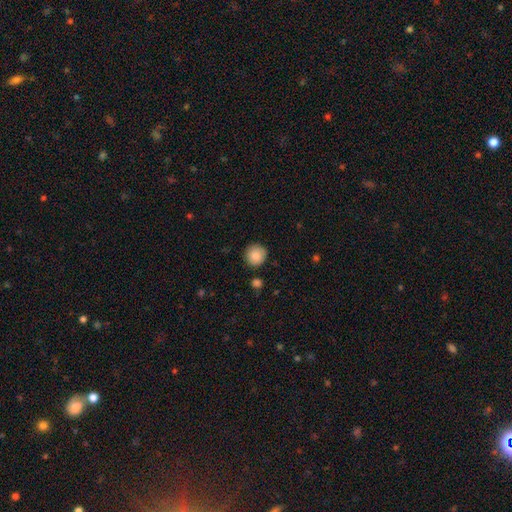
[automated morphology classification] This appears to be a smooth galaxy with no disk features (87%) that is round (93%). Merging: none (87%).